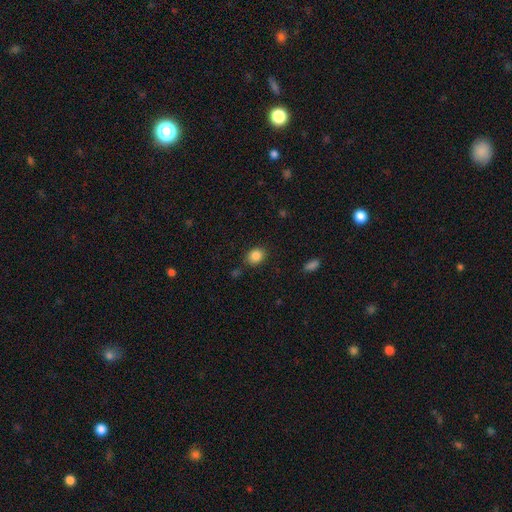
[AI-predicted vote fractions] The model was most divided on "how rounded": round: 56%, in between: 43%, cigar-shaped: 1%. More confident: smooth or featured — smooth (86%); merging — none (83%).